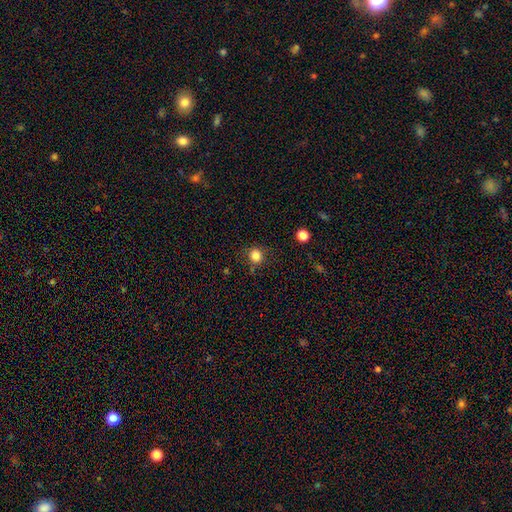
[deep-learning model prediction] Q: Smooth or featured?
A: smooth (84%); runner-up: star or artifact (12%)
Q: How rounded?
A: round (85%); runner-up: in between (14%)
Q: Merging?
A: none (81%); runner-up: minor disturbance (12%)